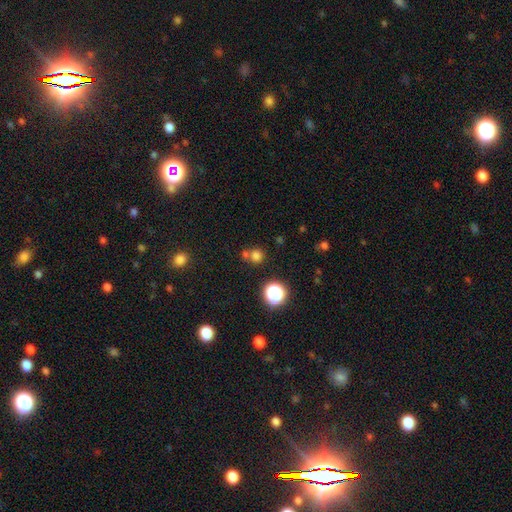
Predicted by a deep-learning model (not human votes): The model was most divided on "merging": none: 62%, merger: 28%, minor disturbance: 8%, major disturbance: 3%. More confident: how rounded — round (90%); smooth or featured — smooth (72%).